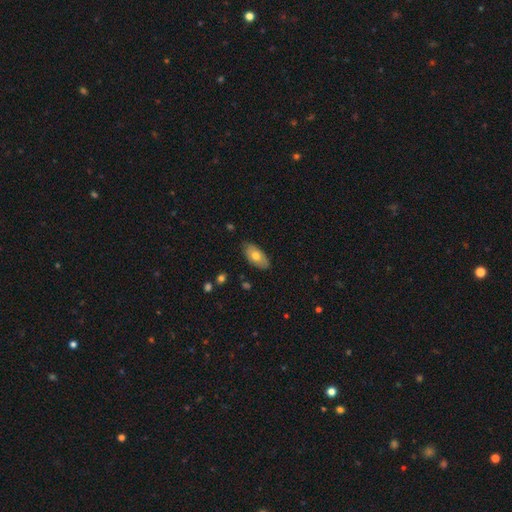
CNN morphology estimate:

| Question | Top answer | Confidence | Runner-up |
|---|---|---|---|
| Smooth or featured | smooth | 67% | featured or disk (27%) |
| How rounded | in between | 92% | cigar-shaped (4%) |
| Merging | none | 83% | minor disturbance (14%) |